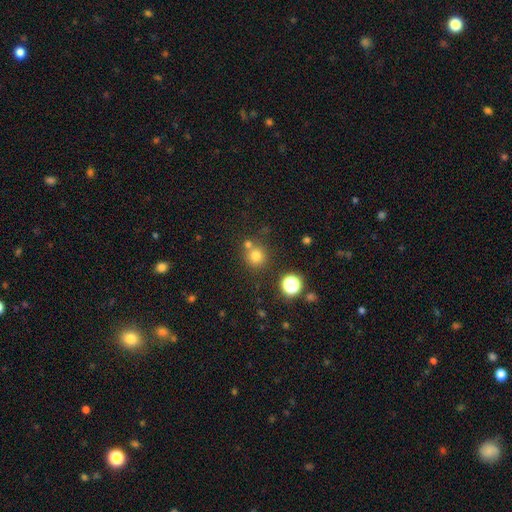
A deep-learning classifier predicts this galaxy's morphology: smooth-or-featured: smooth: 75% | star or artifact: 18% | featured or disk: 7%
  how-rounded: round: 92% | in between: 7% | cigar-shaped: 1%
  merging: none: 71% | merger: 17% | minor disturbance: 9% | major disturbance: 3%